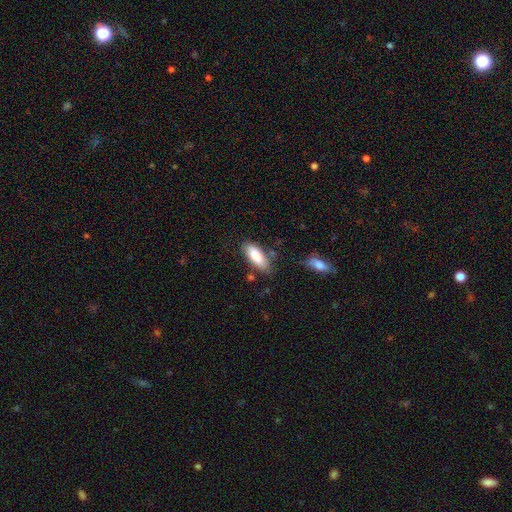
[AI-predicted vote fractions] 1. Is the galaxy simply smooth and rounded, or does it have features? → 85% smooth, 9% featured or disk, 6% star or artifact.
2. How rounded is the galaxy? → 76% in between, 23% cigar-shaped, 2% round.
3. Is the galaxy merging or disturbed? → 73% none, 18% minor disturbance, 5% merger, 4% major disturbance.